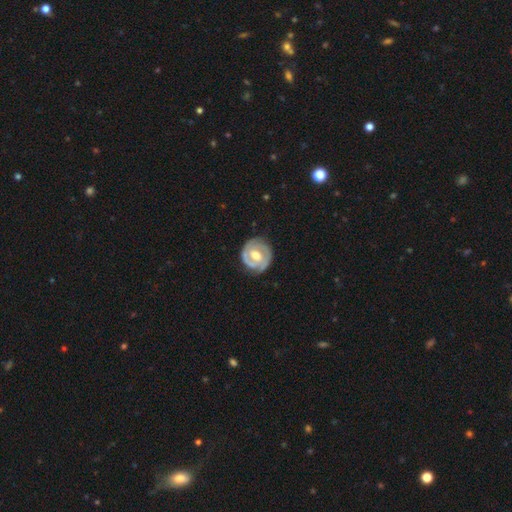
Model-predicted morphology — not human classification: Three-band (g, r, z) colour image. It shows a featured or disk galaxy (78%) with a weak bar (44%), 2 (62%) tight (69%) spiral arms (83%) and a moderate central bulge (73%). Merging: none (79%).